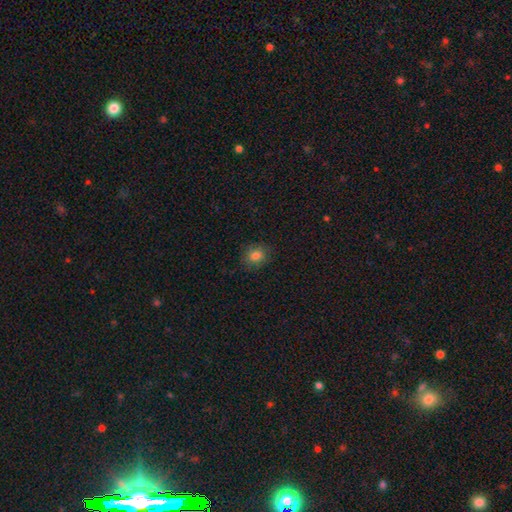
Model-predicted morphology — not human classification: smooth_or_featured: smooth (p=0.81) [alt: star or artifact p=0.12]
how_rounded: round (p=0.71) [alt: in between p=0.28]
merging: none (p=0.85) [alt: minor disturbance p=0.11]